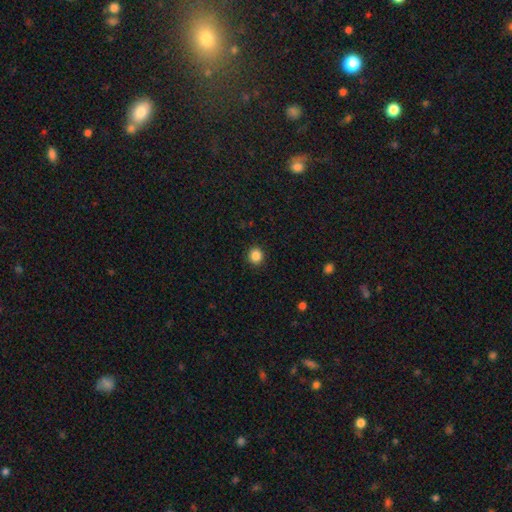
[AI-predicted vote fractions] Smooth or featured: smooth — 86% (star or artifact — 11%)
How rounded: round — 92% (in between — 7%)
Merging: none — 92% (minor disturbance — 5%)